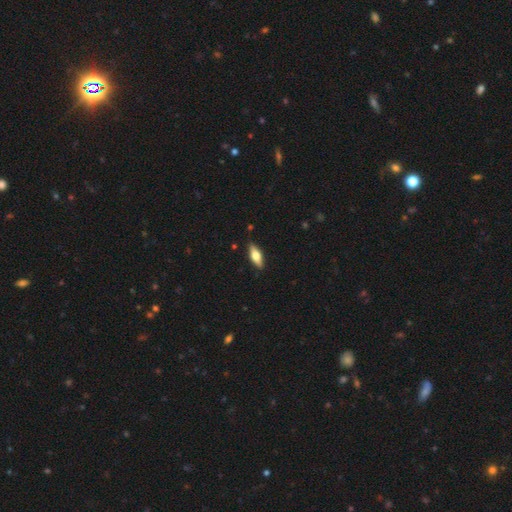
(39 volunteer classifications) Q: Smooth or featured?
A: smooth (46%); runner-up: featured or disk (44%)
Q: How rounded?
A: in between (61%); runner-up: cigar-shaped (39%)
Q: Merging?
A: none (86%); runner-up: minor disturbance (14%)